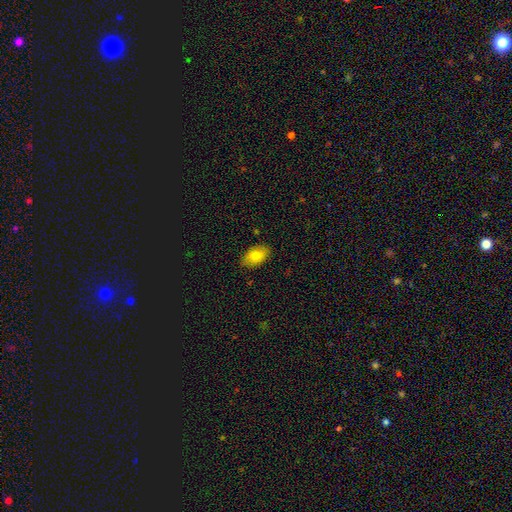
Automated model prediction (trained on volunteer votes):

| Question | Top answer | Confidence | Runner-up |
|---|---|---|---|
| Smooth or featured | smooth | 77% | featured or disk (15%) |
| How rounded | in between | 91% | round (7%) |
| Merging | none | 86% | minor disturbance (11%) |